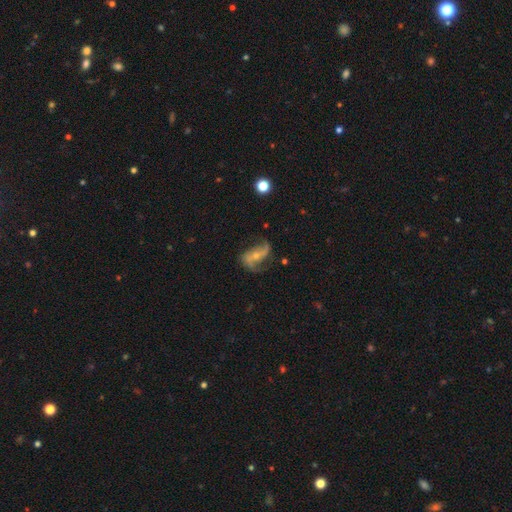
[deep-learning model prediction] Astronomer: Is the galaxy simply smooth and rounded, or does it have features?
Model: featured or disk — 85%.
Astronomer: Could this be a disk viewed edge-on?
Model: no — 97%.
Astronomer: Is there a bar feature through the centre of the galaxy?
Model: no — 42% (runner-up: weak, 35%).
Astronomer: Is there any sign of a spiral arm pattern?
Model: yes — 95%.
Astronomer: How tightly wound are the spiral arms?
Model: loose — 70%.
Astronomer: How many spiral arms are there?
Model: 2 — 88%.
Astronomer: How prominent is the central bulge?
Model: small — 60%.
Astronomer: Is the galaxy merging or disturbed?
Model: none — 61%.